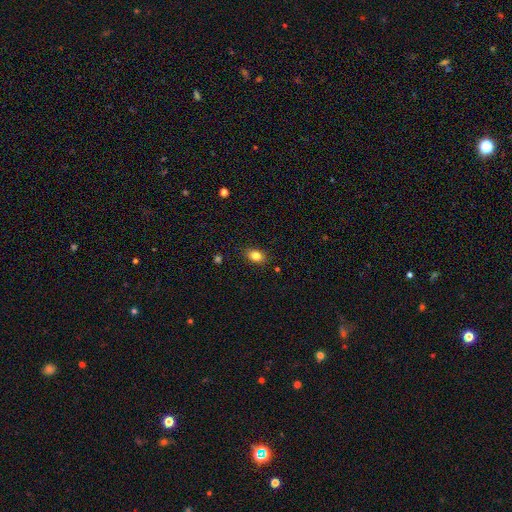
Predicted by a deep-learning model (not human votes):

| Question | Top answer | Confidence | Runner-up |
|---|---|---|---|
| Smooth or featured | smooth | 82% | star or artifact (10%) |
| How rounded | in between | 77% | round (21%) |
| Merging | none | 87% | minor disturbance (10%) |